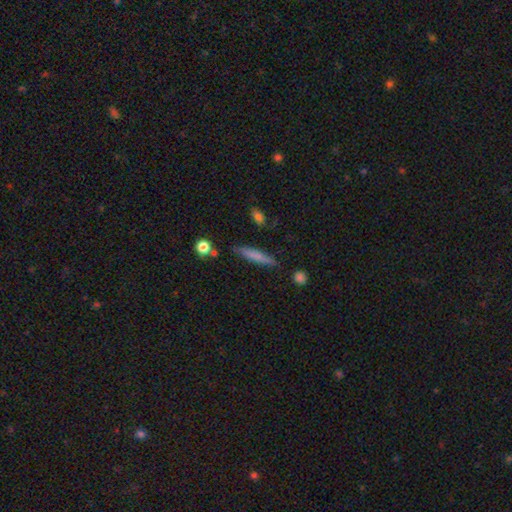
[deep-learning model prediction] smooth_or_featured: smooth (p=0.71) [alt: featured or disk p=0.22]
how_rounded: cigar-shaped (p=0.89) [alt: in between p=0.09]
merging: none (p=0.82) [alt: minor disturbance p=0.12]